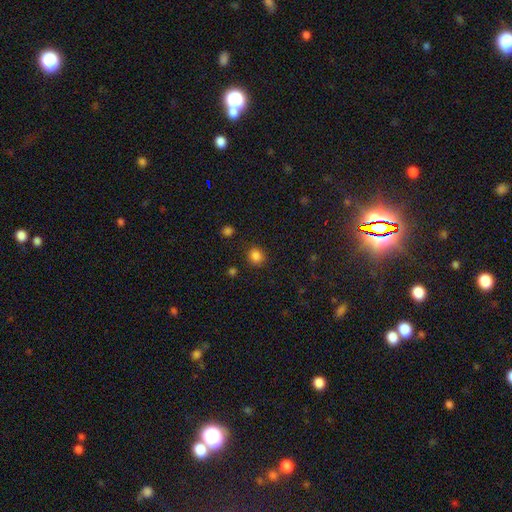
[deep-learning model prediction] The model was most divided on "how rounded": round: 78%, in between: 21%, cigar-shaped: 1%. More confident: merging — none (85%); smooth or featured — smooth (83%).